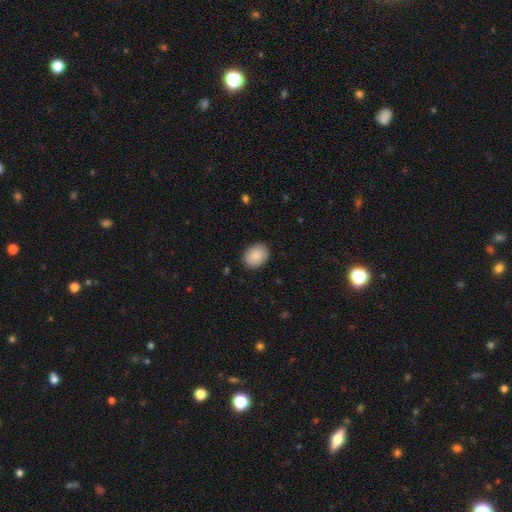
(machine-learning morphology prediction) Overall: smooth (88%). How rounded: in between (67%; round 32%). Merging: none (88%).